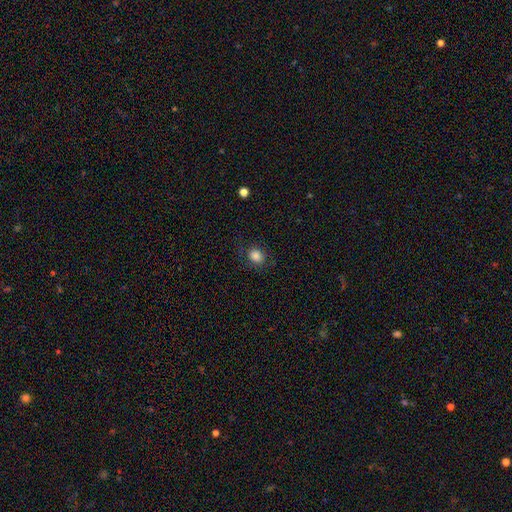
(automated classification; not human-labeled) smooth 84%, star or artifact 11%, featured or disk 6%. Down the decision tree: how rounded — round (64%); merging — none (80%).